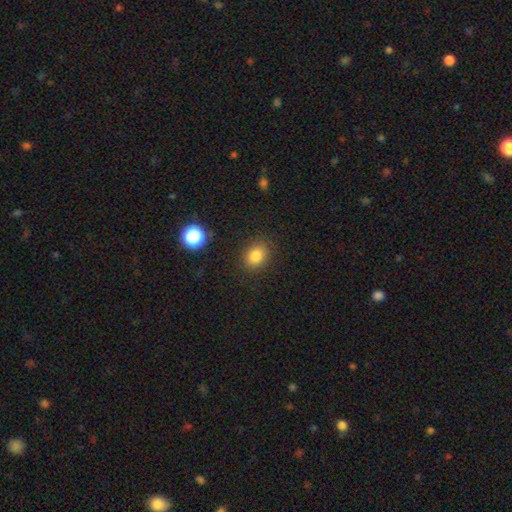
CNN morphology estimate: Smooth or featured? Predicted: smooth (p=0.83). How rounded? Predicted: round (p=0.54). Merging? Predicted: none (p=0.86).